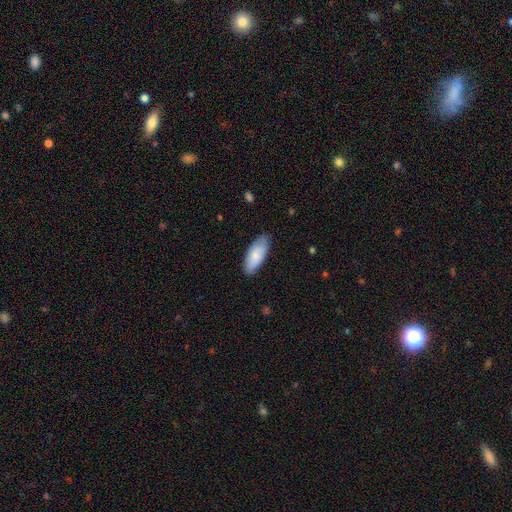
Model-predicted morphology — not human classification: This is clearly a smooth galaxy (82%). How rounded: clearly in between (82%). Merging: likely none (79%).